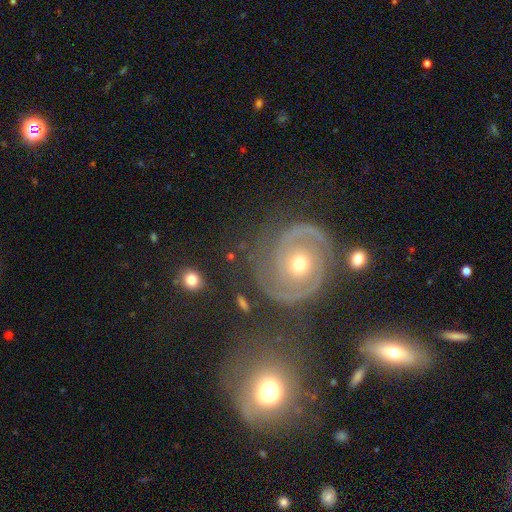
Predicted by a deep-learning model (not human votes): Q: Smooth or featured?
A: featured or disk (85%); runner-up: star or artifact (7%)
Q: Edge-on disk?
A: no (98%); runner-up: yes (2%)
Q: Bar?
A: no (75%); runner-up: weak (19%)
Q: Spiral arms?
A: yes (96%); runner-up: no (4%)
Q: Spiral winding?
A: tight (60%); runner-up: medium (33%)
Q: Spiral arm count?
A: 2 (83%); runner-up: can't tell (5%)
Q: Bulge size?
A: moderate (69%); runner-up: small (23%)
Q: Merging?
A: none (73%); runner-up: minor disturbance (15%)